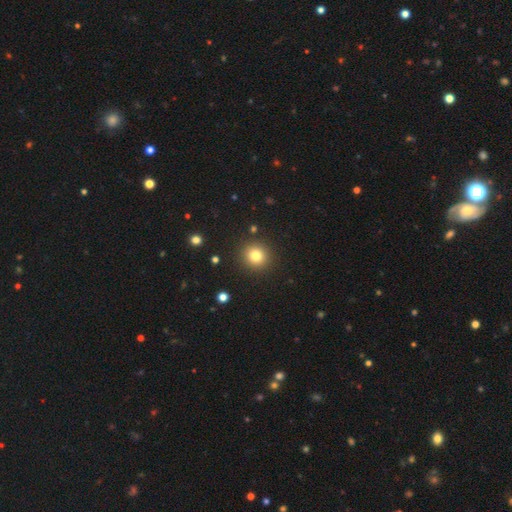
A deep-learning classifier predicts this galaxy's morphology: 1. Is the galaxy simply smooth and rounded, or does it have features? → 80% smooth, 12% star or artifact, 7% featured or disk.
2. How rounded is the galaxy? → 90% round, 9% in between, 1% cigar-shaped.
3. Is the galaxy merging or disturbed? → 90% none, 6% minor disturbance, 2% major disturbance, 2% merger.